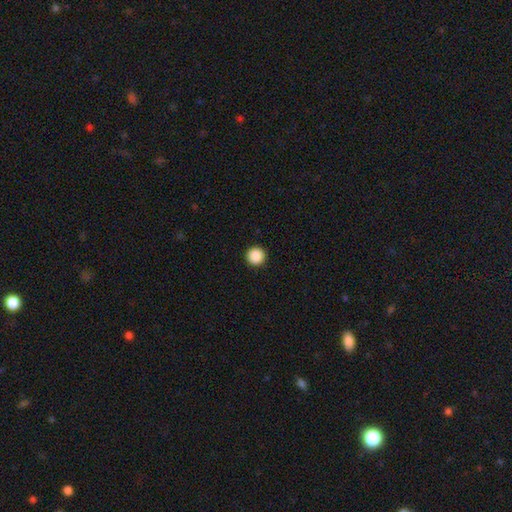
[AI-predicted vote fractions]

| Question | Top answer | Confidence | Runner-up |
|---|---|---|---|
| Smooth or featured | smooth | 89% | star or artifact (9%) |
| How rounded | round | 97% | in between (2%) |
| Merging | none | 94% | minor disturbance (4%) |